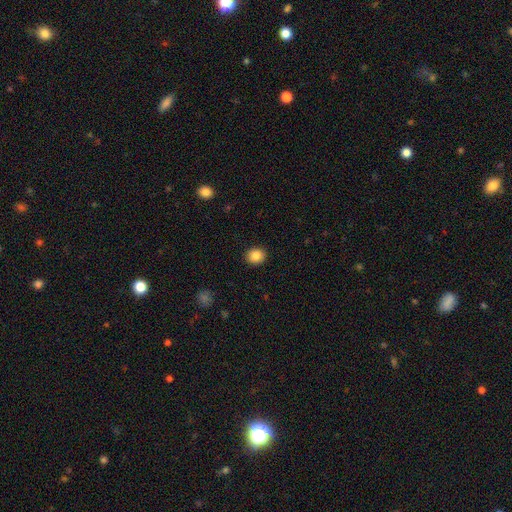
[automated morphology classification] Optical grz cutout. It shows a smooth galaxy with no disk features (86%) that is round (73%). Merging: none (91%).